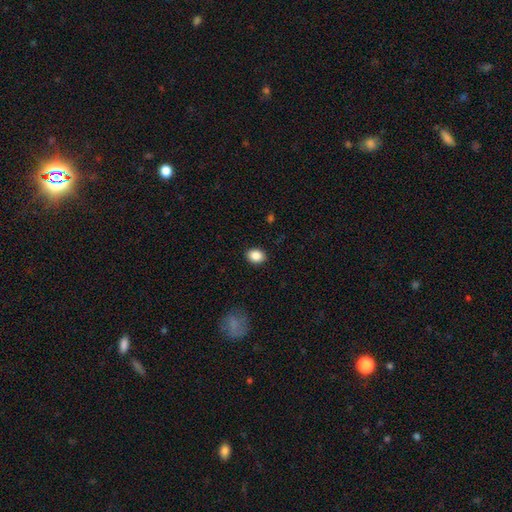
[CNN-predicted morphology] This is clearly a smooth galaxy (88%). How rounded: likely in between (61%). Merging: clearly none (90%).